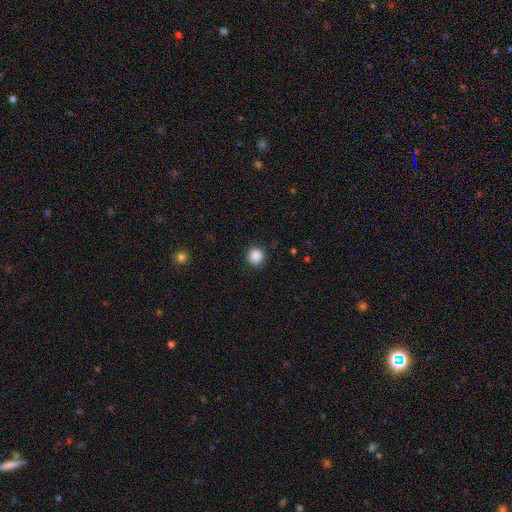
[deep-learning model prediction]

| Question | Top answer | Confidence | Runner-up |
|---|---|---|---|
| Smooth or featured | smooth | 88% | star or artifact (10%) |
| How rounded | round | 93% | in between (7%) |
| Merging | none | 90% | minor disturbance (6%) |